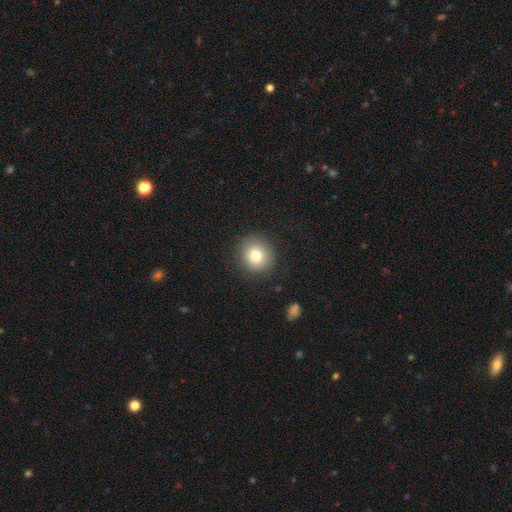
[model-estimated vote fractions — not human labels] smooth-or-featured: smooth: 79% | star or artifact: 11% | featured or disk: 10%
  how-rounded: round: 89% | in between: 10% | cigar-shaped: 1%
  merging: none: 88% | minor disturbance: 8% | major disturbance: 3% | merger: 1%